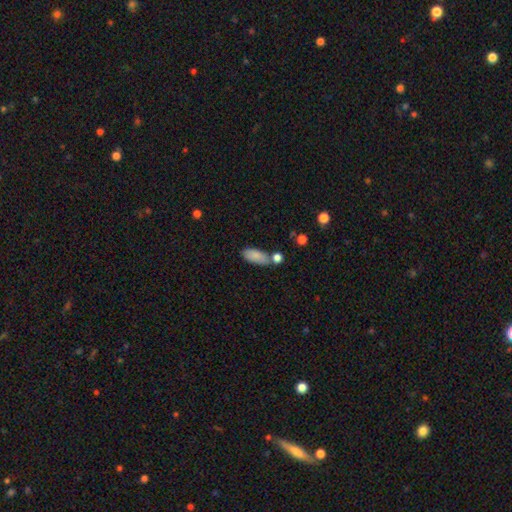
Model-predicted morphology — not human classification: Smooth or featured? smooth (83%)
How rounded? in between (84%)
Merging? none (61%)